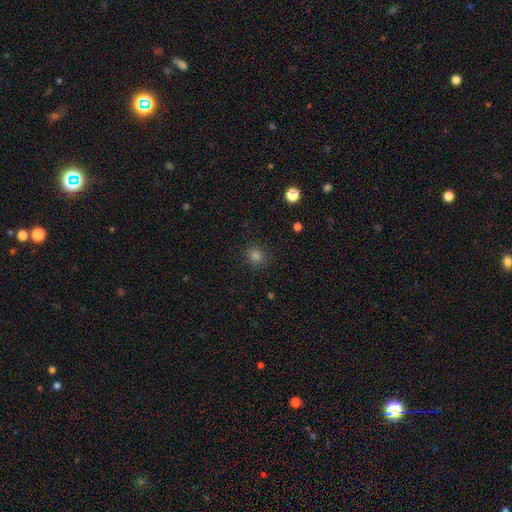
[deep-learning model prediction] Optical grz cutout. It shows a smooth galaxy with no disk features (79%) that is round (91%). Merging: none (91%).